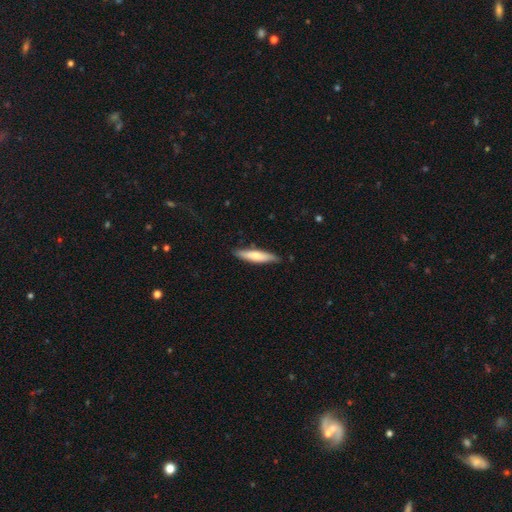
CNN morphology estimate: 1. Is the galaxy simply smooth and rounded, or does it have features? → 65% smooth, 29% featured or disk, 5% star or artifact.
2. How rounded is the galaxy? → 82% cigar-shaped, 17% in between, 1% round.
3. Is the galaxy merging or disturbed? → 82% none, 14% minor disturbance, 2% major disturbance, 1% merger.